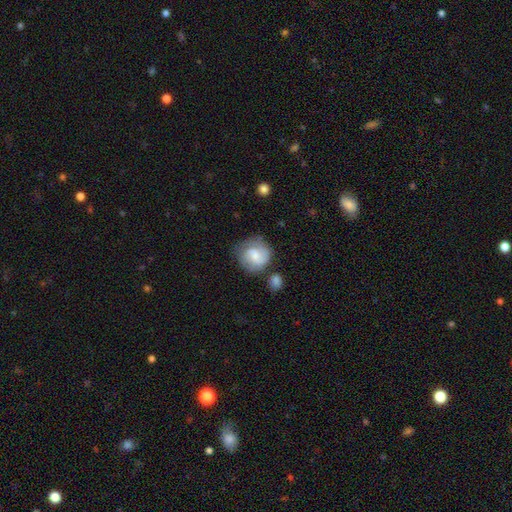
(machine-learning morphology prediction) Smooth or featured?
  - featured or disk: 59% *
  - smooth: 35%
  - star or artifact: 7%
Edge-on disk?
  - no: 98% *
  - yes: 2%
Bar?
  - weak: 50% *
  - no: 41%
  - strong: 8%
Spiral arms?
  - yes: 90% *
  - no: 10%
Spiral winding?
  - medium: 44% *
  - tight: 37%
  - loose: 19%
Spiral arm count?
  - 2: 71% *
  - can't tell: 13%
  - 1: 9%
  - 3: 4%
  - 4: 1%
  - more than 4: 1%
Bulge size?
  - small: 45% *
  - moderate: 37%
  - none: 12%
  - large: 5%
  - dominant: 1%
Merging?
  - none: 65% *
  - minor disturbance: 20%
  - major disturbance: 8%
  - merger: 7%